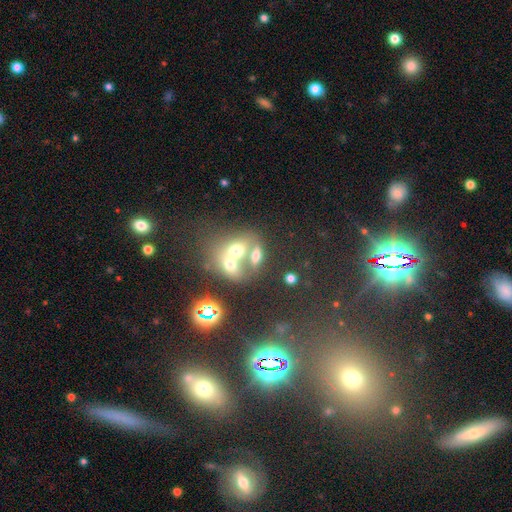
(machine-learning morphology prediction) smooth 58%, featured or disk 26%, star or artifact 16%. Down the decision tree: how rounded — in between (68%); merging — merger (59%).